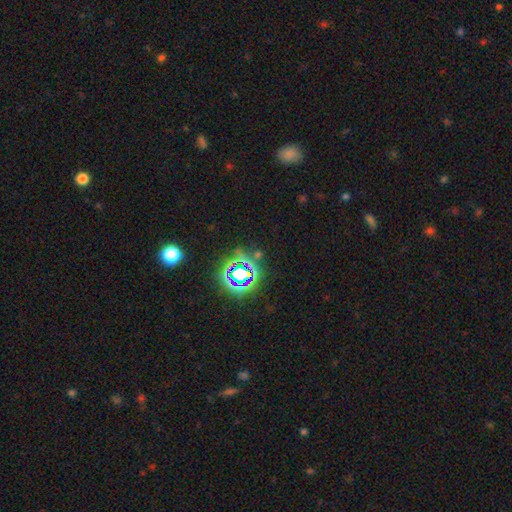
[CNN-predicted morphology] The model was most divided on "smooth or featured": star or artifact: 74%, smooth: 16%, featured or disk: 10%.